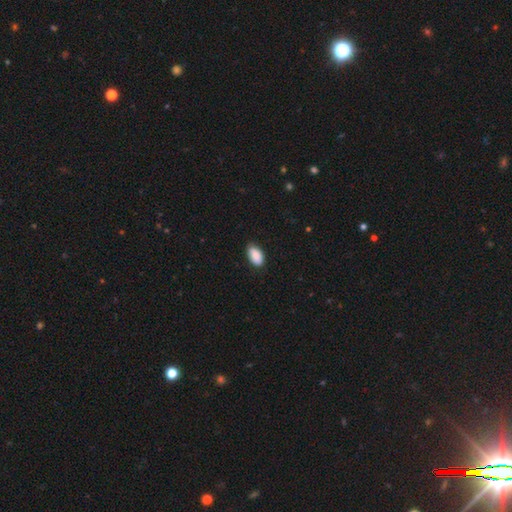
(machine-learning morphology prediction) This is clearly a smooth galaxy (89%). How rounded: clearly in between (95%). Merging: clearly none (83%).